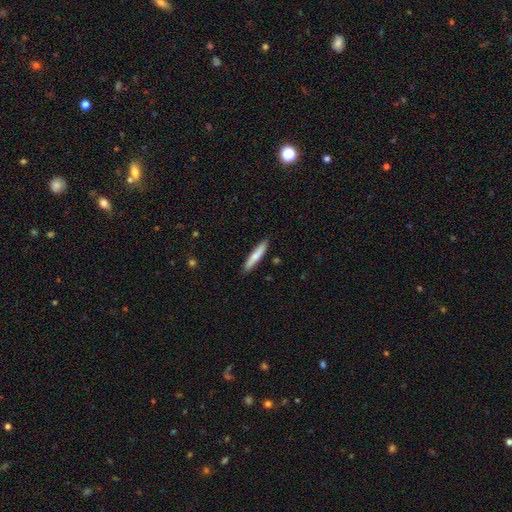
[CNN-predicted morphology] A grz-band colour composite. It shows a smooth galaxy with no disk features (72%) that is cigar-shaped (91%). Merging: none (89%).